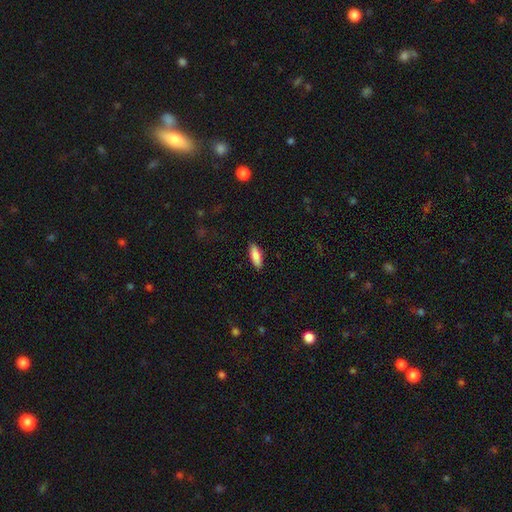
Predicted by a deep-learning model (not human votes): smooth 85%, featured or disk 8%, star or artifact 6%. Down the decision tree: how rounded — in between (69%); merging — none (89%).